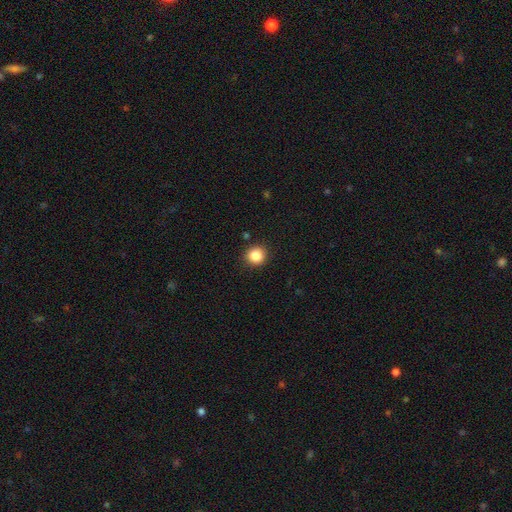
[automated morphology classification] Smooth or featured? smooth (85%)
How rounded? round (91%)
Merging? none (91%)